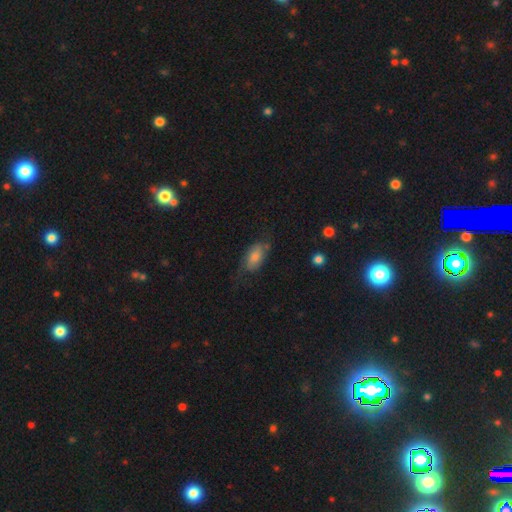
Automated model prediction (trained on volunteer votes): The model was most divided on "merging": none: 53%, minor disturbance: 28%, major disturbance: 16%, merger: 2%. More confident: how rounded — in between (90%); smooth or featured — smooth (65%).